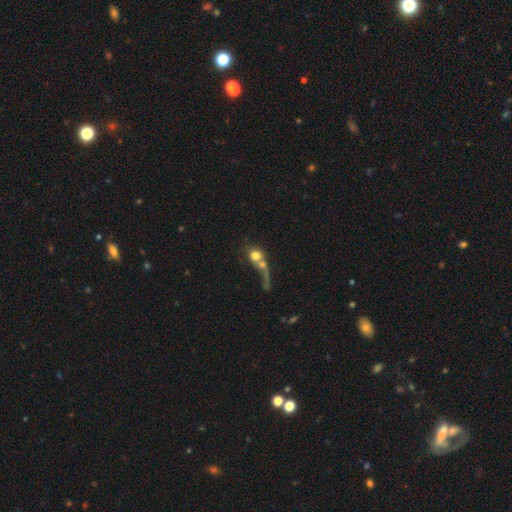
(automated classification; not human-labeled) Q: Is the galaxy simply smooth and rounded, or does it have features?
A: smooth — 62%.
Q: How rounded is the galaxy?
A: round — 68%.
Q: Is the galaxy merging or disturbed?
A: merger — 56%.